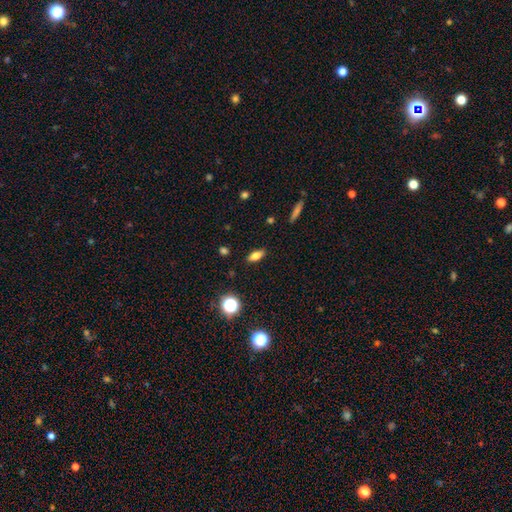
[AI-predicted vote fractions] This appears to be a smooth galaxy with no disk features (70%) that is in between round and cigar-shaped (74%). Merging: none (88%).